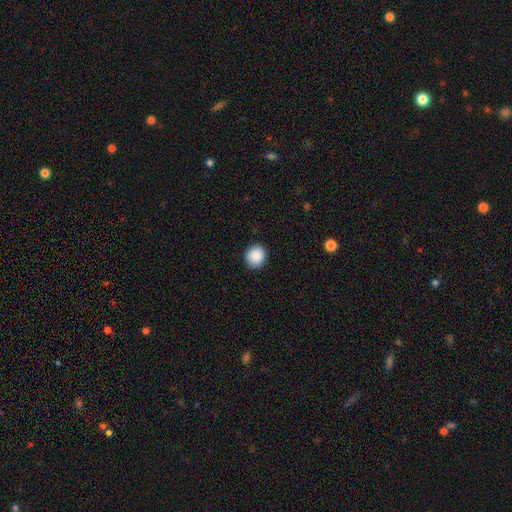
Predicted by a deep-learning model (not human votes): A smooth galaxy with no disk features (89%) that is round (83%). Merging: none (90%).